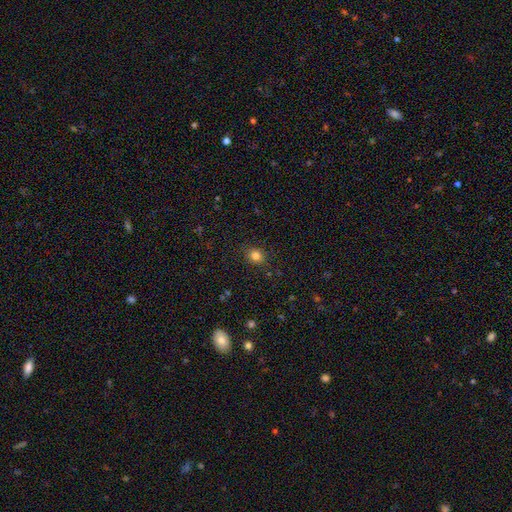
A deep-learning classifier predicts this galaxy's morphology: The model was most divided on "how rounded": round: 74%, in between: 25%, cigar-shaped: 1%. More confident: merging — none (87%); smooth or featured — smooth (82%).